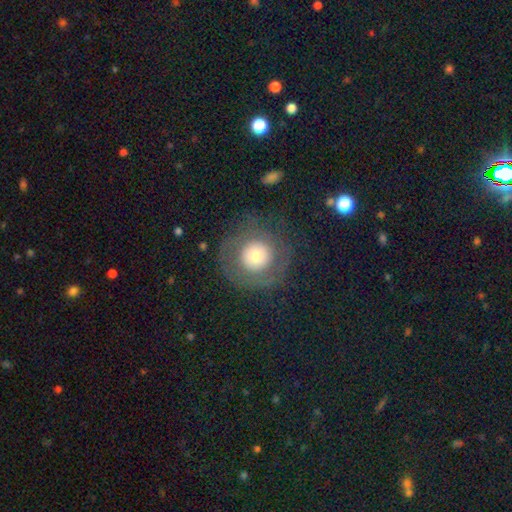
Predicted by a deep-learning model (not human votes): smooth_or_featured: smooth (p=0.56) [alt: featured or disk p=0.34]
how_rounded: round (p=0.92) [alt: in between p=0.07]
merging: none (p=0.71) [alt: minor disturbance p=0.14]